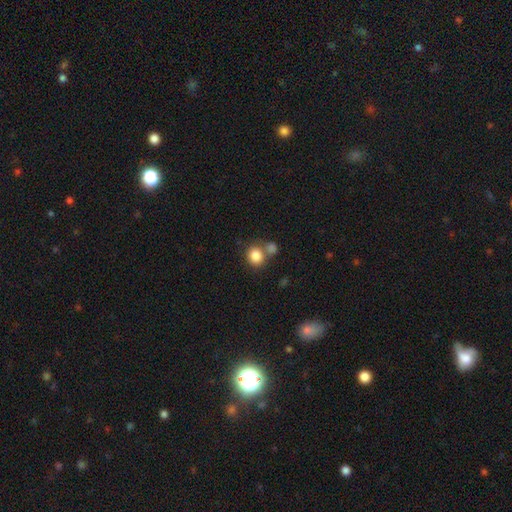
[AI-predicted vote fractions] Overall: smooth (84%). How rounded: round (75%). Merging: none (56%; merger 30%).